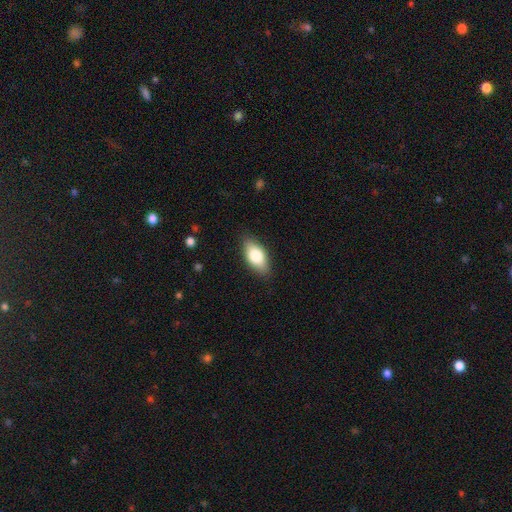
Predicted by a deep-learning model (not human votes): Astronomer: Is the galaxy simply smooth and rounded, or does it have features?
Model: smooth — 78%.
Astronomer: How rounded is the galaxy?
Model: in between — 88%.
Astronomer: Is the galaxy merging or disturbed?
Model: none — 85%.